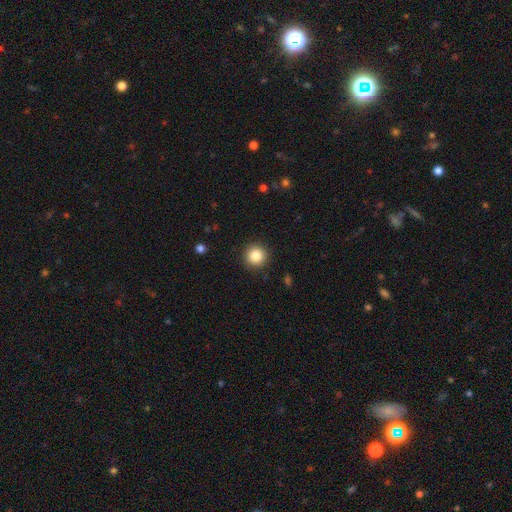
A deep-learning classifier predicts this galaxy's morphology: This appears to be a smooth galaxy with no disk features (86%) that is round (95%). Merging: none (91%).